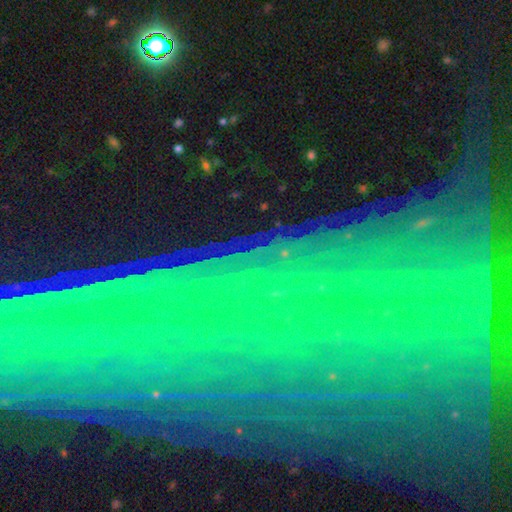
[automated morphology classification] smooth_or_featured: star or artifact (p=0.75) [alt: featured or disk p=0.15]